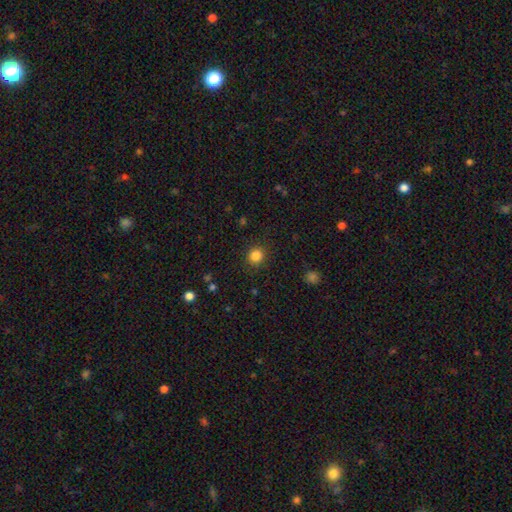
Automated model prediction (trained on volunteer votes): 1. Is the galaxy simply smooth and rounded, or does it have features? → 85% smooth, 12% star or artifact, 4% featured or disk.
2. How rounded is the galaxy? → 89% round, 10% in between, 1% cigar-shaped.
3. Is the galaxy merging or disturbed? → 89% none, 7% minor disturbance, 3% major disturbance, 1% merger.